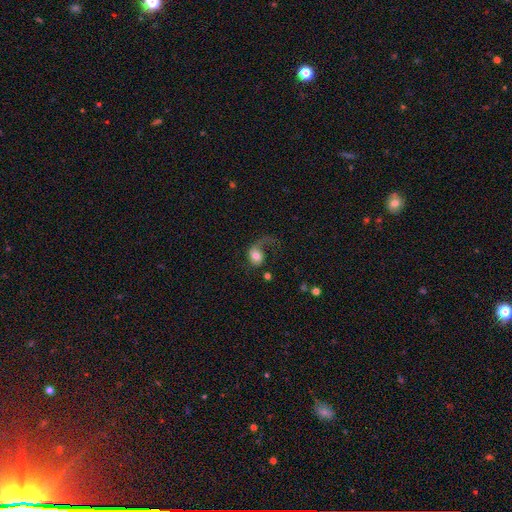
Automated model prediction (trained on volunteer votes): smooth_or_featured: smooth (p=0.53) [alt: featured or disk p=0.38]
how_rounded: round (p=0.54) [alt: in between p=0.45]
merging: major disturbance (p=0.52) [alt: none p=0.26]